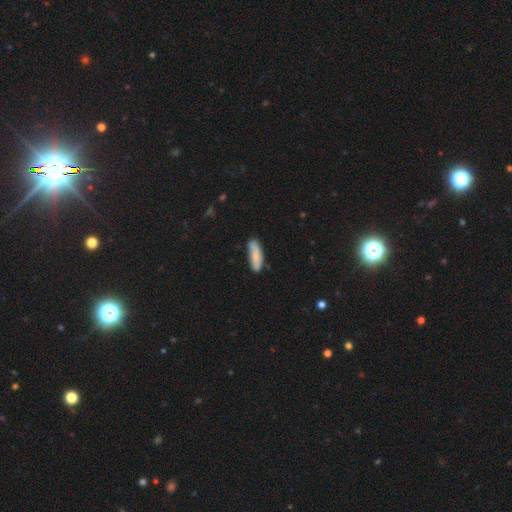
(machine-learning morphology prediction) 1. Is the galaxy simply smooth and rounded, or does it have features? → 76% smooth, 18% featured or disk, 6% star or artifact.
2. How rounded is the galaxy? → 50% cigar-shaped, 48% in between, 2% round.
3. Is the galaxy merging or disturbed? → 70% none, 23% minor disturbance, 4% major disturbance, 3% merger.